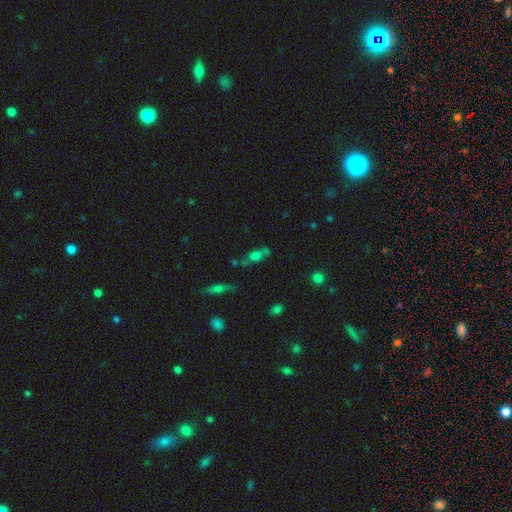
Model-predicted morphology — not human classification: Smooth or featured: smooth — 59% (featured or disk — 24%)
How rounded: in between — 63% (round — 21%)
Merging: none — 48% (merger — 25%)